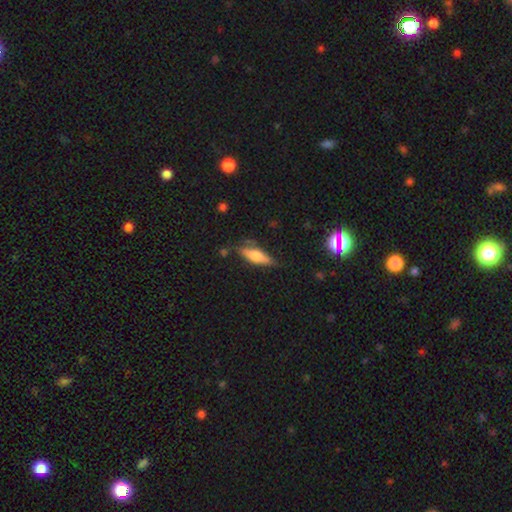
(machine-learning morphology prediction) Overall: smooth (55%; featured or disk 38%). How rounded: in between (50%; cigar-shaped 47%). Merging: none (70%).